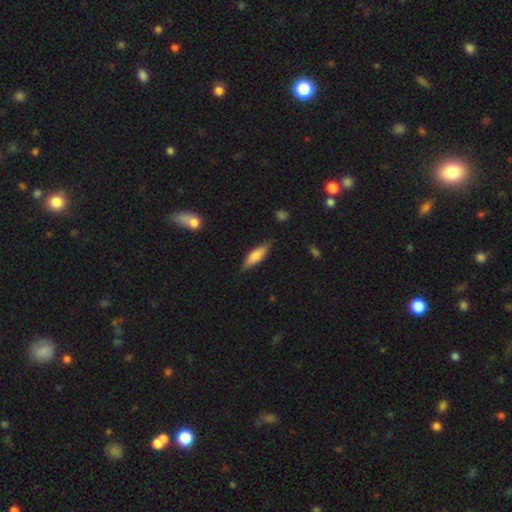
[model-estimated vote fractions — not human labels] A smooth galaxy with no disk features (66%) that is in between round and cigar-shaped (49%, tied with cigar-shaped). Merging: none (79%).